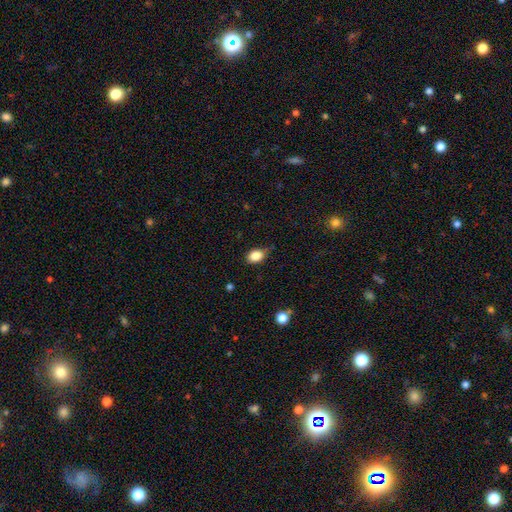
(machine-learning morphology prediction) Overall: smooth (85%). How rounded: in between (74%). Merging: none (74%).